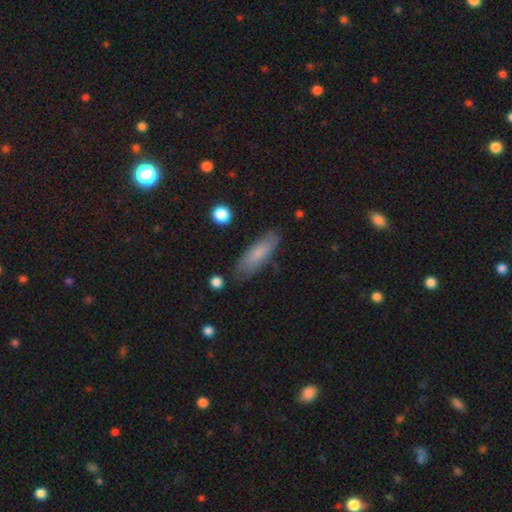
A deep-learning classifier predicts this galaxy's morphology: This is likely a smooth galaxy (74%). How rounded: possibly in between (51%). Merging: likely none (79%).